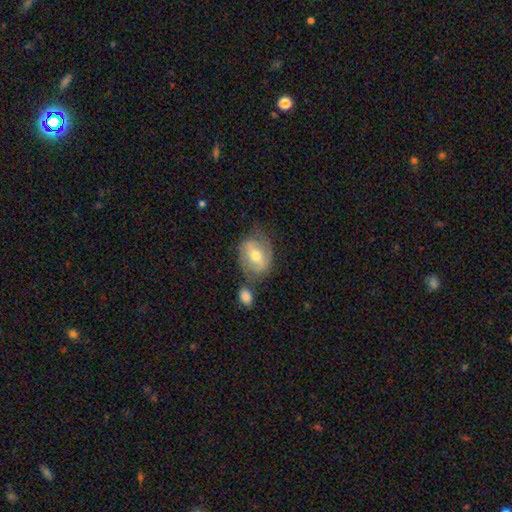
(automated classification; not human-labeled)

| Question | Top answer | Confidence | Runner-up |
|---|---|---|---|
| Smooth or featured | smooth | 47% | featured or disk (46%) |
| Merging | none | 56% | minor disturbance (22%) |